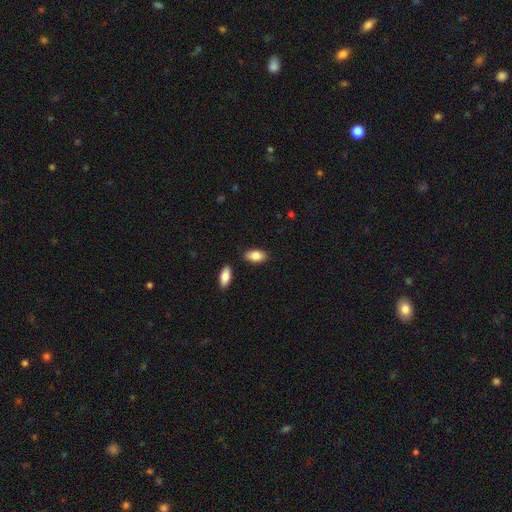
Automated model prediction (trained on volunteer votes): Smooth or featured: smooth — 86% (featured or disk — 8%)
How rounded: in between — 93% (round — 4%)
Merging: none — 84% (minor disturbance — 10%)